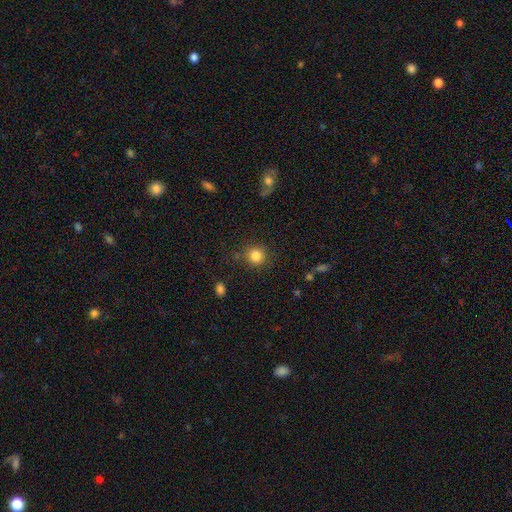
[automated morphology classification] This appears to be a smooth galaxy with no disk features (84%) that is round (89%). Merging: none (83%).